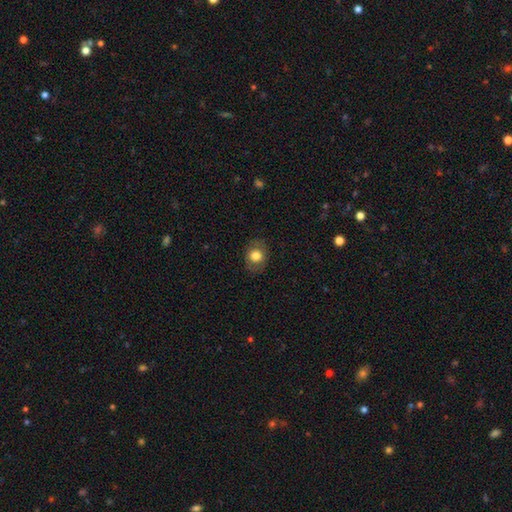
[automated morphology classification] The model was most divided on "how rounded": round: 51%, in between: 48%, cigar-shaped: 1%. More confident: merging — none (85%); smooth or featured — smooth (77%).